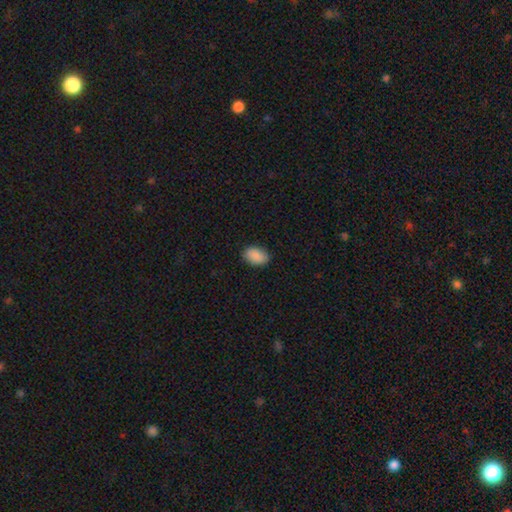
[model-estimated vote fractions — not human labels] smooth_or_featured: smooth (p=0.90) [alt: star or artifact p=0.07]
how_rounded: in between (p=0.89) [alt: round p=0.10]
merging: none (p=0.87) [alt: minor disturbance p=0.10]